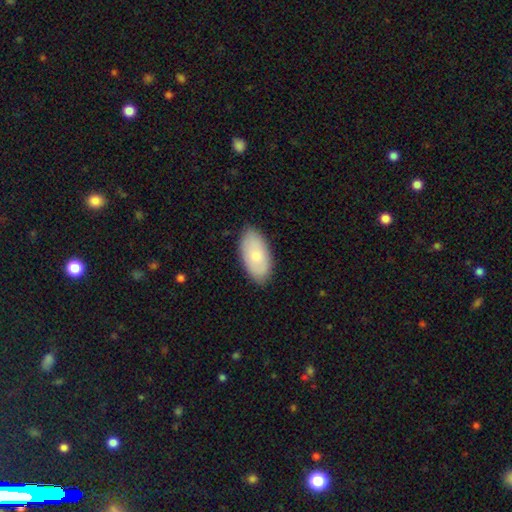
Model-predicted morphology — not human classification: smooth-or-featured: smooth: 73% | featured or disk: 21% | star or artifact: 6%
  how-rounded: in between: 95% | round: 3% | cigar-shaped: 2%
  merging: none: 85% | minor disturbance: 12% | major disturbance: 2% | merger: 1%